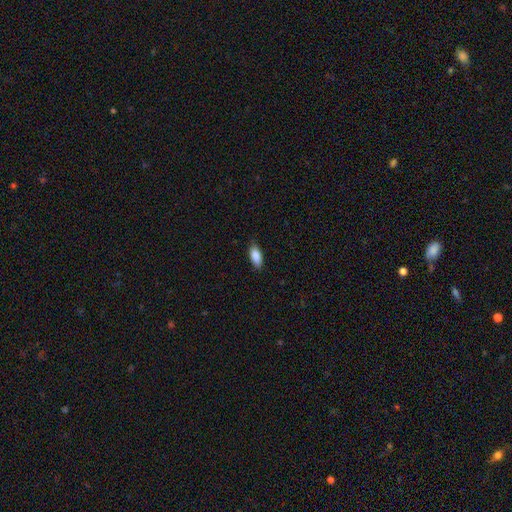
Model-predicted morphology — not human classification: Smooth or featured? smooth (88%)
How rounded? in between (86%)
Merging? none (83%)